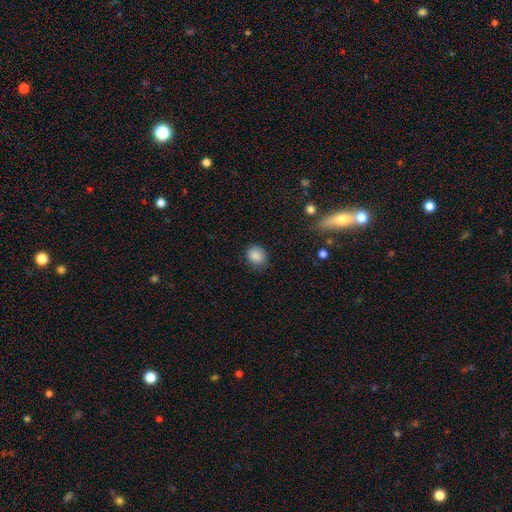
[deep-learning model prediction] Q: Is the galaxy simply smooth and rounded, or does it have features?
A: smooth — 87%.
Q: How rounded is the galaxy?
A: round — 67%.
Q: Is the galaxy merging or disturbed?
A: none — 83%.